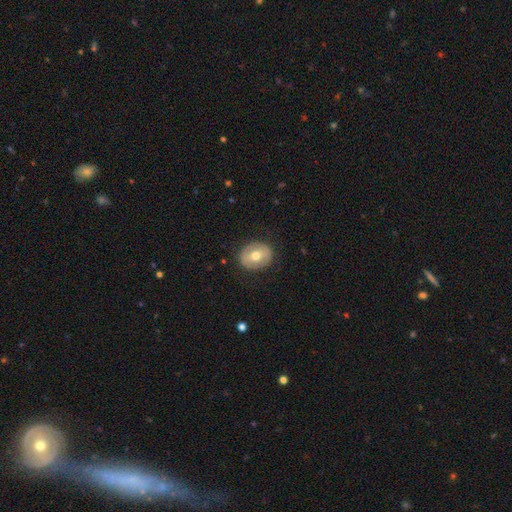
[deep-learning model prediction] smooth 54%, featured or disk 40%, star or artifact 6%. Down the decision tree: how rounded — round (65%); merging — none (85%).